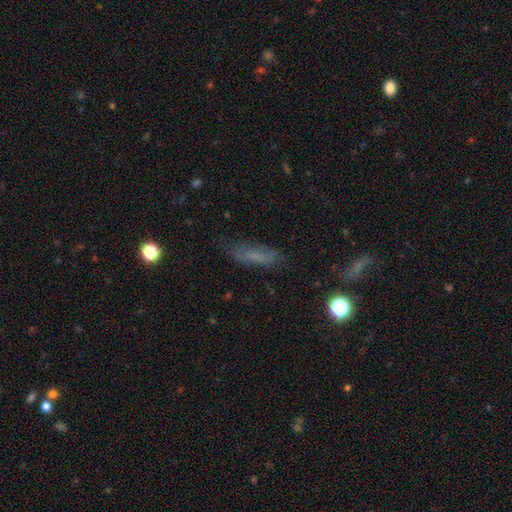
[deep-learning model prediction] This appears to be a smooth galaxy with no disk features (60%) that is cigar-shaped (57%). Merging: none (70%).